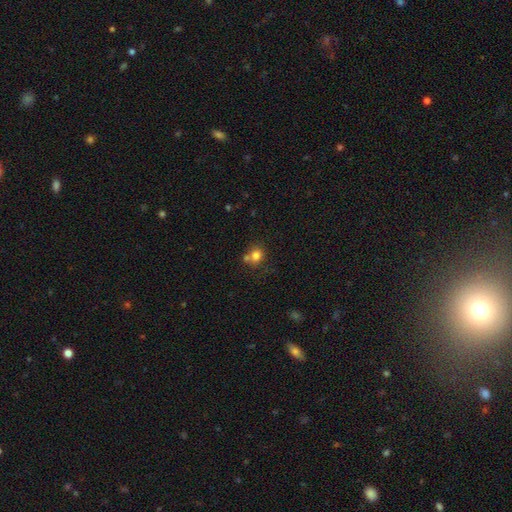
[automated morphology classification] Overall: smooth (78%). How rounded: round (73%). Merging: none (54%; merger 30%).